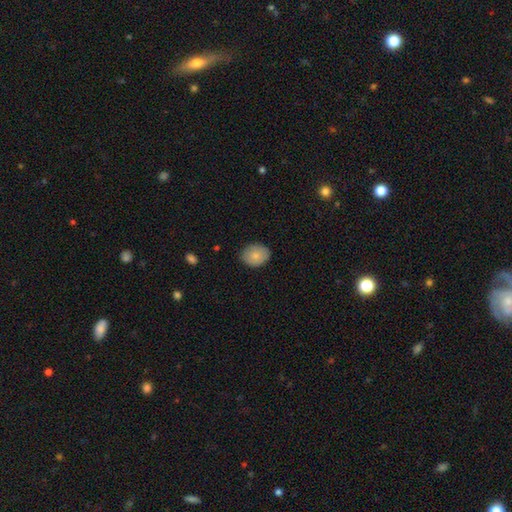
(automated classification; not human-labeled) Q: Smooth or featured?
A: smooth (80%); runner-up: featured or disk (13%)
Q: How rounded?
A: round (50%); tied with: in between (50%)
Q: Merging?
A: none (83%); runner-up: minor disturbance (13%)